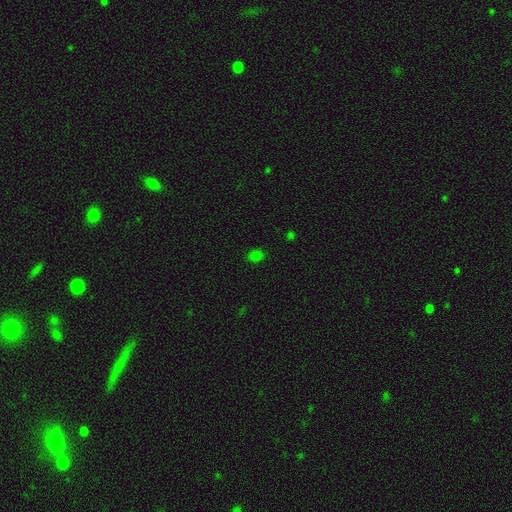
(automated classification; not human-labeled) This is likely a smooth galaxy (76%). How rounded: possibly in between (55%). Merging: clearly none (86%).